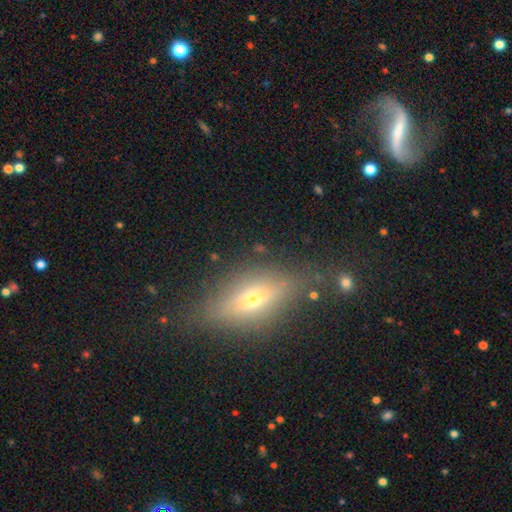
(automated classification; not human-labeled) Morphology: type=featured or disk (50%); edge-on=yes (70%); merging=none (75%).